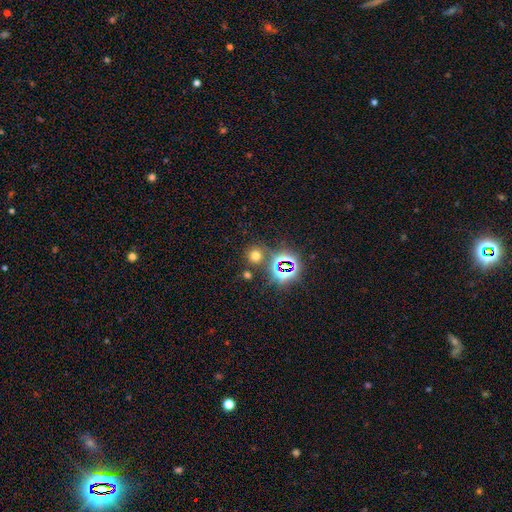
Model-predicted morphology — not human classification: A smooth galaxy with no disk features (59%) that is round (91%).

Vote fractions:
- Smooth or featured? smooth: 59% / star or artifact: 34% / featured or disk: 7%
- How rounded? round: 91% / in between: 8% / cigar-shaped: 1%
- Merging? none: 80% / merger: 9% / minor disturbance: 7% / major disturbance: 4%